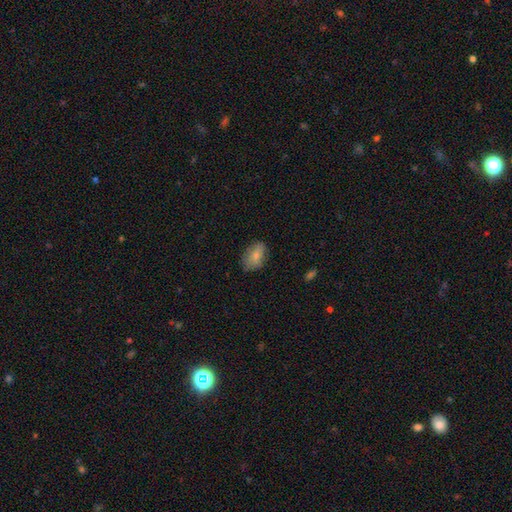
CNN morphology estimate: Smooth or featured: smooth — 75% (featured or disk — 17%)
How rounded: in between — 85% (round — 13%)
Merging: none — 72% (minor disturbance — 22%)